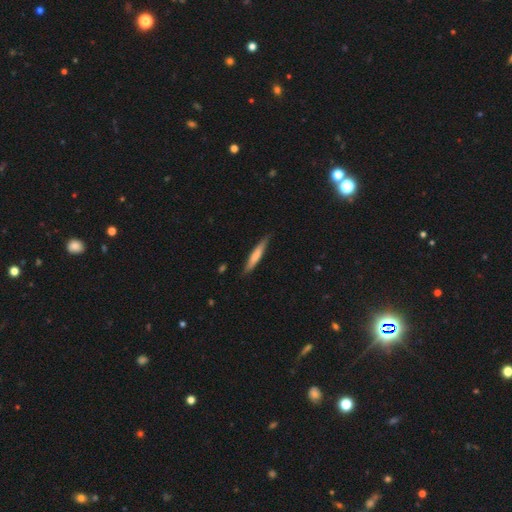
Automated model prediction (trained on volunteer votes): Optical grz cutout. It shows a smooth galaxy with no disk features (66%) that is cigar-shaped (93%). Merging: none (81%).